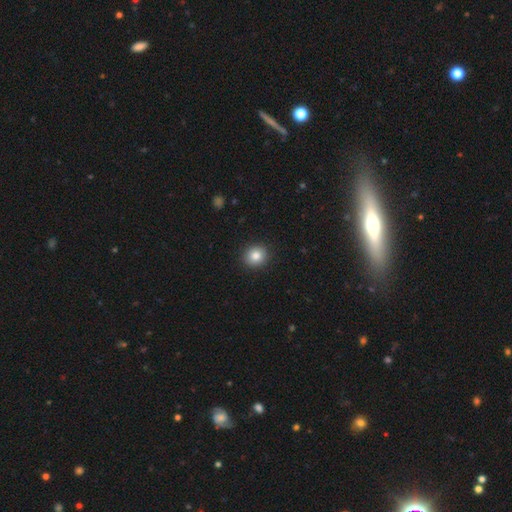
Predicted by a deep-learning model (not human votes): Morphology: type=smooth (84%); roundness=round (84%); merging=none (91%).